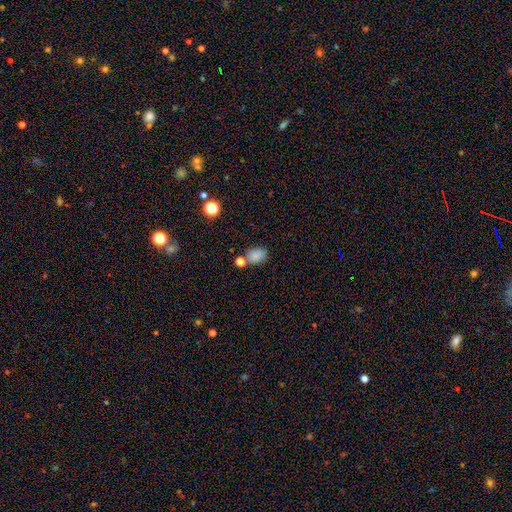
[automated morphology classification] Smooth or featured? Predicted: smooth (p=0.82). How rounded? Predicted: in between (p=0.77). Merging? Predicted: none (p=0.66).